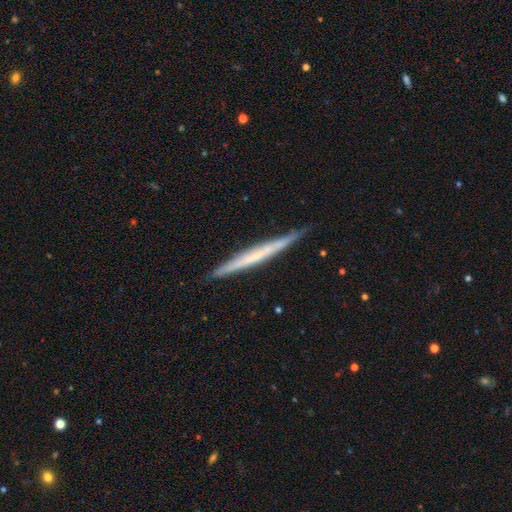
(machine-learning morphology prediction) type=featured or disk (55%); edge-on=yes (97%); edge-on bulge=none (83%); merging=none (89%).